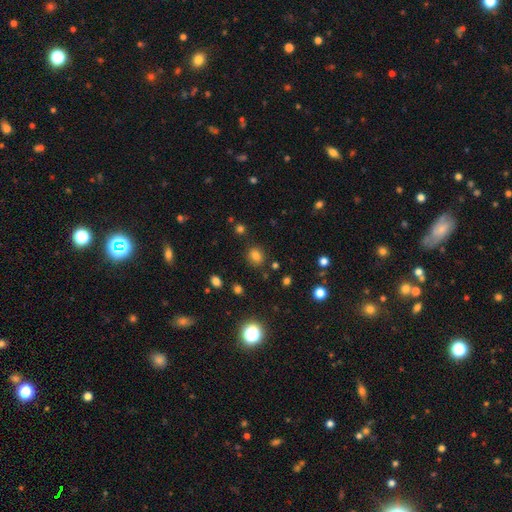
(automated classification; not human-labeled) This is likely a smooth galaxy (78%). How rounded: likely round (63%). Merging: clearly none (84%).